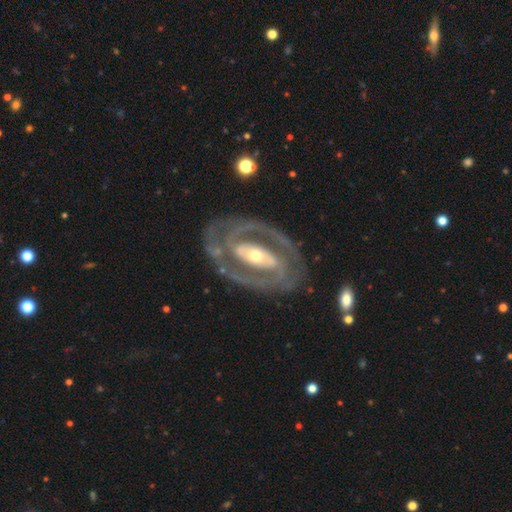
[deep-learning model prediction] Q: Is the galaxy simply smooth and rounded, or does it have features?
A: featured or disk — 90%.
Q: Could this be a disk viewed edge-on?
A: no — 96%.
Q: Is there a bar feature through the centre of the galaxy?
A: strong — 55%.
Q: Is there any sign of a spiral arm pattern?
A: yes — 91%.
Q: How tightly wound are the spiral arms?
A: tight — 57%.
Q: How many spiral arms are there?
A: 2 — 84%.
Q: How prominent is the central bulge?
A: moderate — 47%.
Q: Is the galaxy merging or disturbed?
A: none — 80%.